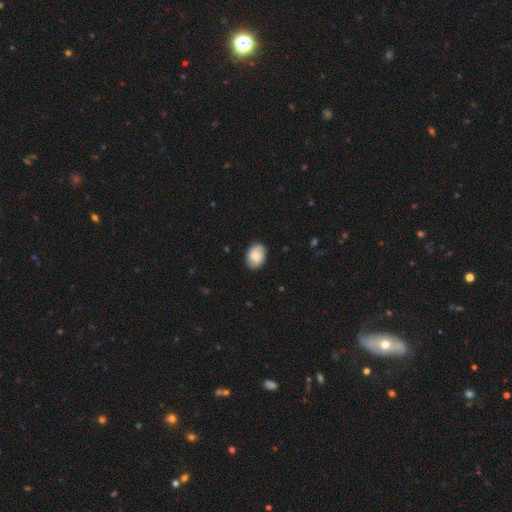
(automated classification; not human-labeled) smooth-or-featured: smooth: 76% | featured or disk: 17% | star or artifact: 7%
  how-rounded: in between: 74% | round: 25% | cigar-shaped: 1%
  merging: none: 86% | minor disturbance: 10% | major disturbance: 2% | merger: 1%